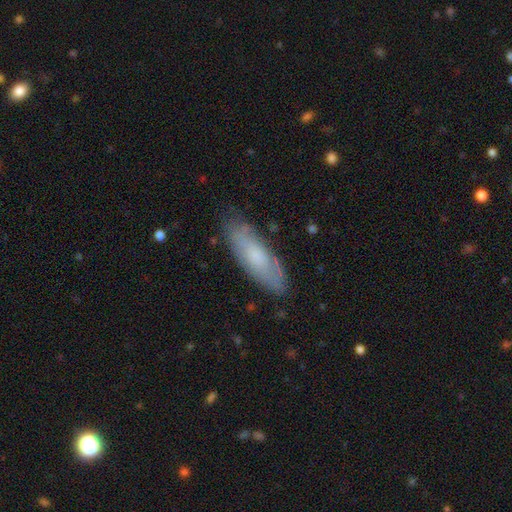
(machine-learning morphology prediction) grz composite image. It shows a smooth galaxy with no disk features (58%) that is in between round and cigar-shaped (53%). Merging: none (78%).